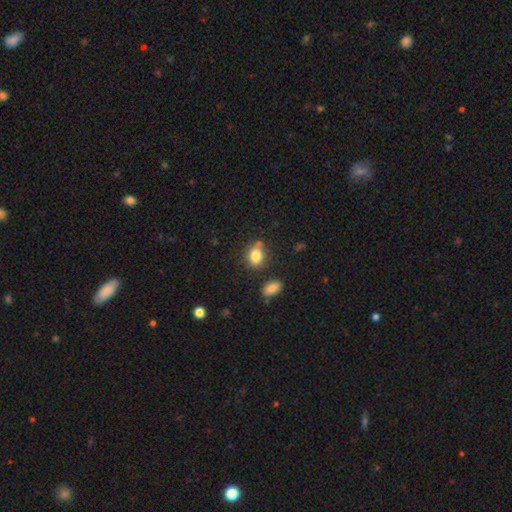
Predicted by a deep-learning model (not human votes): The model was most divided on "how rounded": in between: 63%, round: 35%, cigar-shaped: 2%. More confident: smooth or featured — smooth (83%); merging — none (69%).